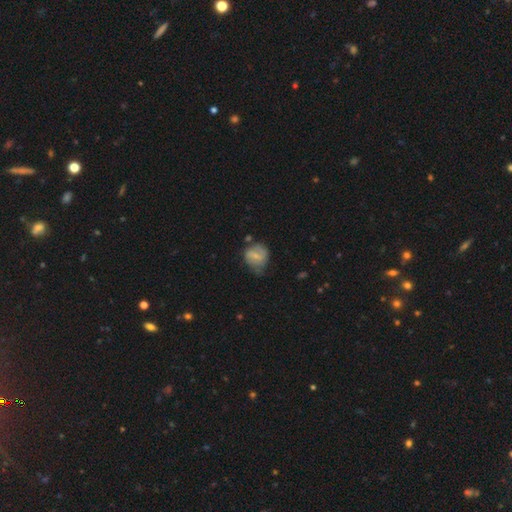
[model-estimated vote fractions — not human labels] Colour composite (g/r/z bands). It shows a smooth galaxy with no disk features (53%) that is round (67%). Merging: none (47%).